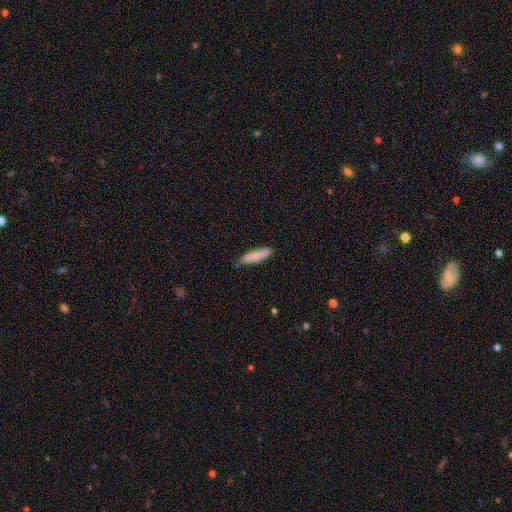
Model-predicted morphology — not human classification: type=smooth (82%); roundness=cigar-shaped (81%); merging=none (82%).